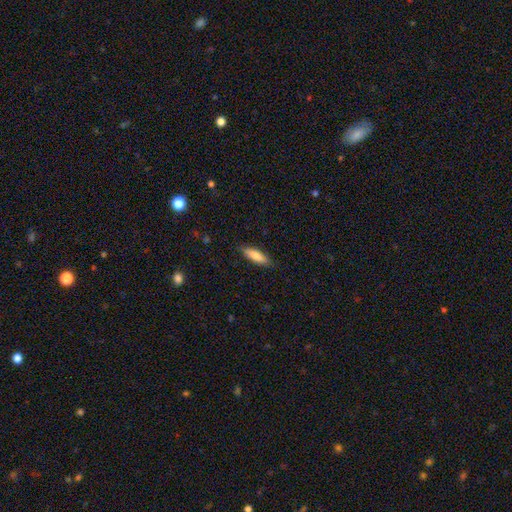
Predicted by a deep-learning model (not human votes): Smooth or featured: smooth — 80% (featured or disk — 14%)
How rounded: cigar-shaped — 54% (in between — 44%)
Merging: none — 86% (minor disturbance — 11%)